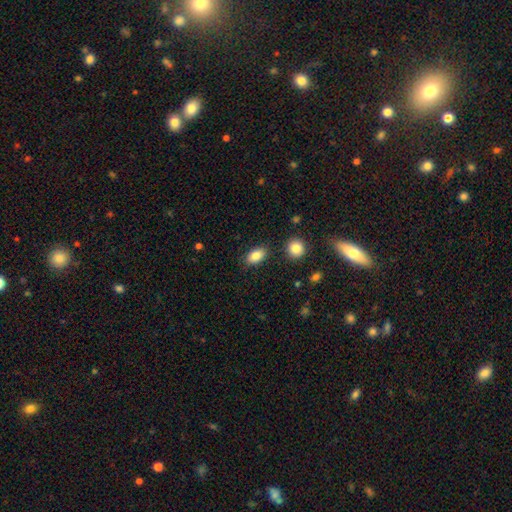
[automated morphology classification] The model was most divided on "merging": none: 85%, minor disturbance: 10%, merger: 3%, major disturbance: 3%. More confident: how rounded — in between (90%); smooth or featured — smooth (85%).